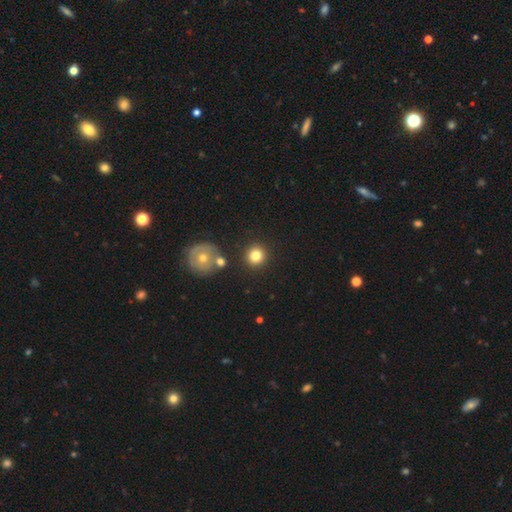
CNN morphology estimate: smooth 80%, star or artifact 11%, featured or disk 9%. Down the decision tree: how rounded — round (93%); merging — none (86%).